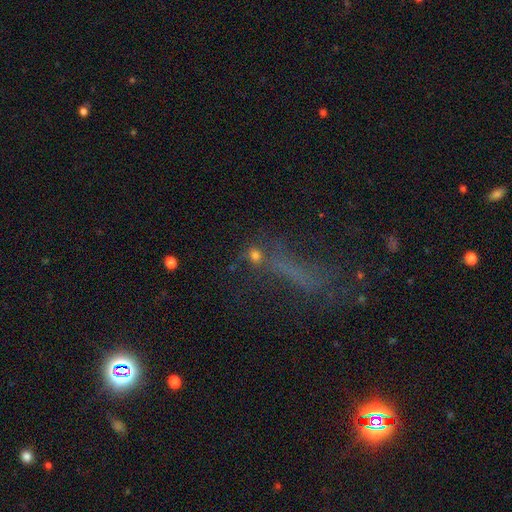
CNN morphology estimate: smooth 51%, star or artifact 32%, featured or disk 18%. Down the decision tree: how rounded — round (56%); merging — none (49%).